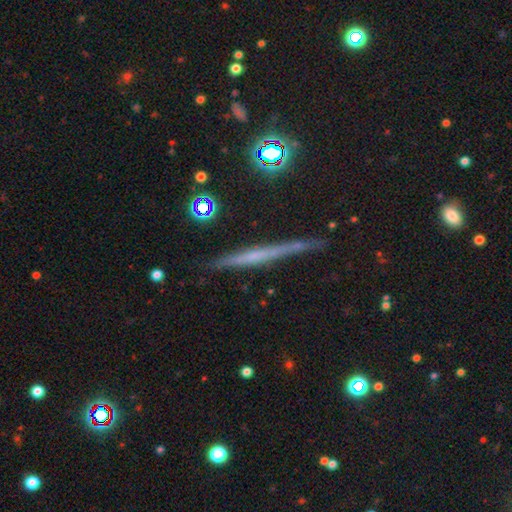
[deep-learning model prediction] This appears to be a featured or disk galaxy (58%) viewed edge-on (96%) with no central bulge (72%). Merging: none (84%).